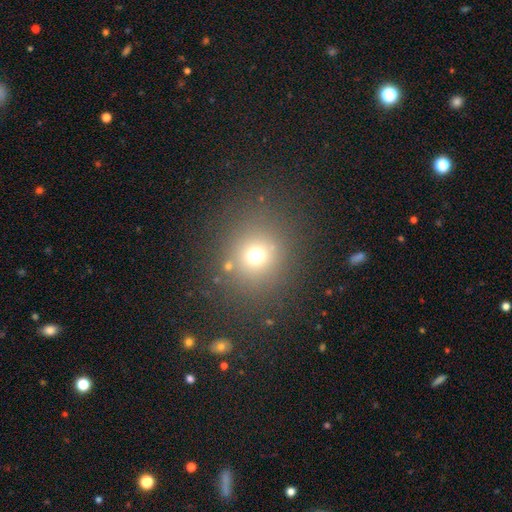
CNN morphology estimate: smooth-or-featured: smooth: 67% | star or artifact: 23% | featured or disk: 10%
  how-rounded: round: 87% | in between: 12% | cigar-shaped: 1%
  merging: none: 81% | minor disturbance: 9% | major disturbance: 6% | merger: 4%